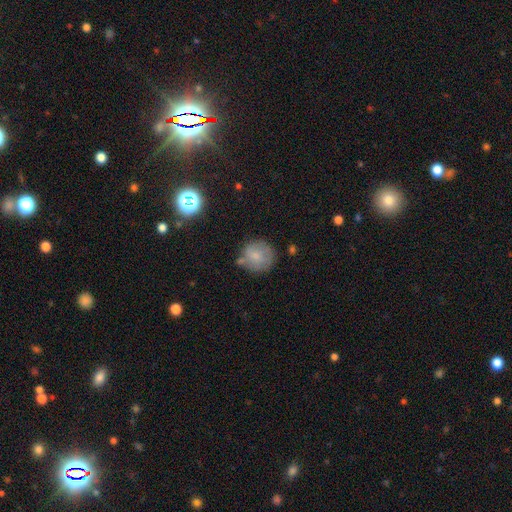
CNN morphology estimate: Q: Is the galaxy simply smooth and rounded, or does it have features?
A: smooth — 75%.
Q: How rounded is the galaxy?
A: round — 88%.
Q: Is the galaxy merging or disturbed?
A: none — 63%.